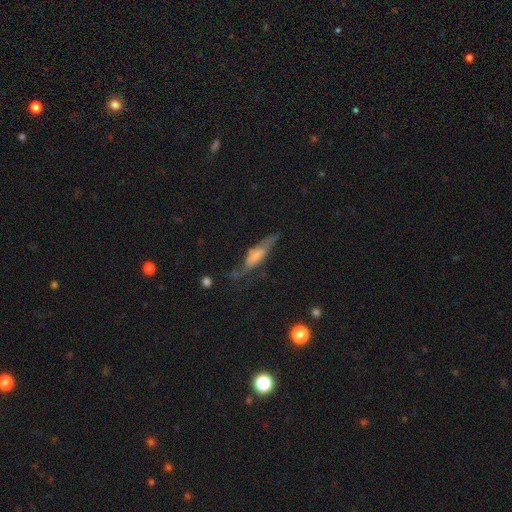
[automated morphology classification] This appears to be a featured or disk galaxy (46%, tied with smooth). Merging: none (42%).